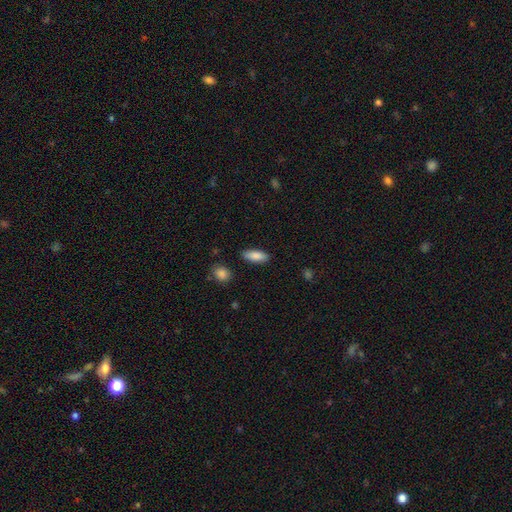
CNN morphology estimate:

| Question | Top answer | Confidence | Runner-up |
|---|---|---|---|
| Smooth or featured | smooth | 87% | featured or disk (7%) |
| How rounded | in between | 73% | cigar-shaped (25%) |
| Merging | none | 88% | minor disturbance (9%) |